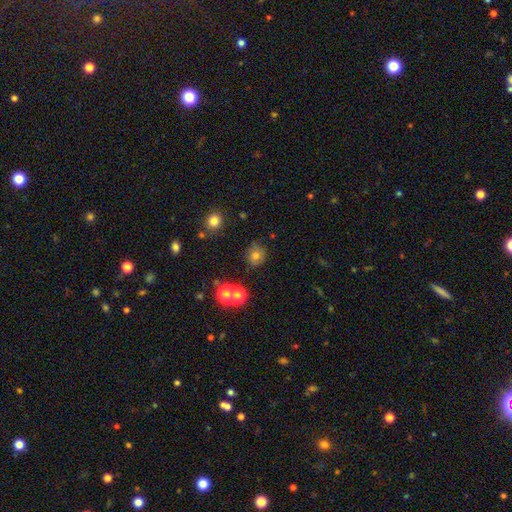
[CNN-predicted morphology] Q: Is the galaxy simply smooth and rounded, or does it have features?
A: smooth — 72%.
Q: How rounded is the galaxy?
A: round — 80%.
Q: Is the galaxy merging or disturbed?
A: none — 74%.